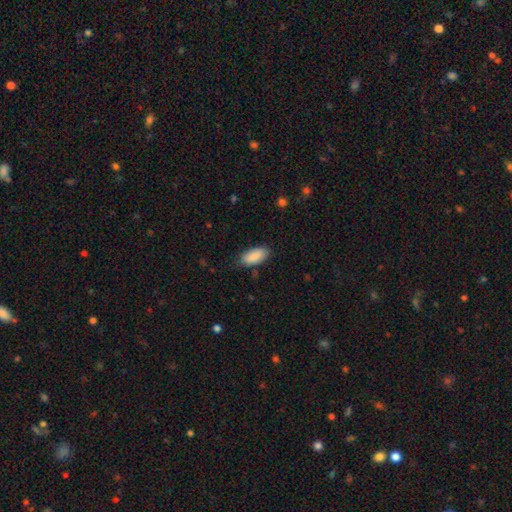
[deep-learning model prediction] This appears to be a smooth galaxy with no disk features (90%) that is in between round and cigar-shaped (90%). Merging: none (80%).